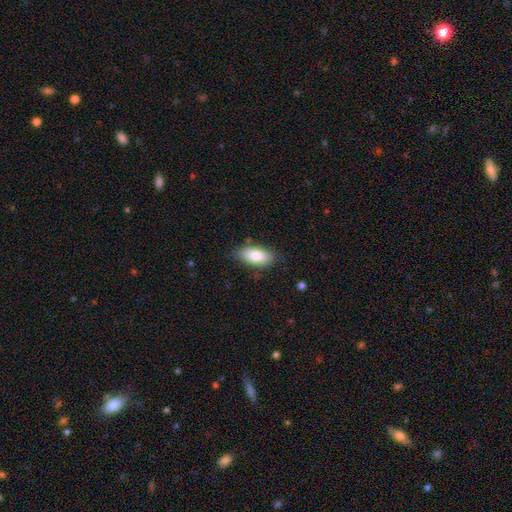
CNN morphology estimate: smooth-or-featured: smooth: 83% | featured or disk: 11% | star or artifact: 7%
  how-rounded: in between: 90% | cigar-shaped: 8% | round: 3%
  merging: none: 80% | minor disturbance: 15% | major disturbance: 3% | merger: 1%